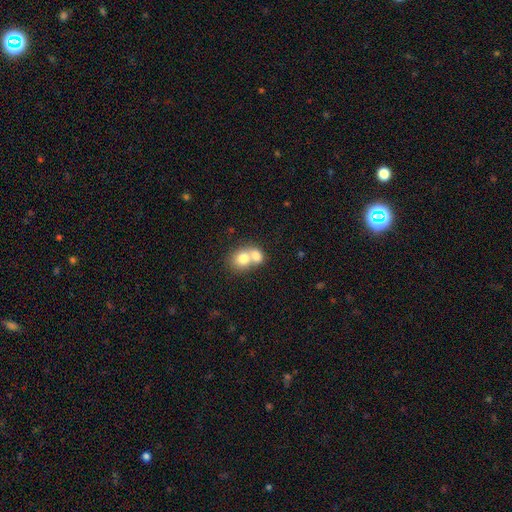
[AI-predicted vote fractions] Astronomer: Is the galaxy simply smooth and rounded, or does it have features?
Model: smooth — 75%.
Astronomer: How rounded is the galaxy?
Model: round — 57% (runner-up: in between, 42%).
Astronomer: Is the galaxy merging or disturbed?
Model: merger — 71%.